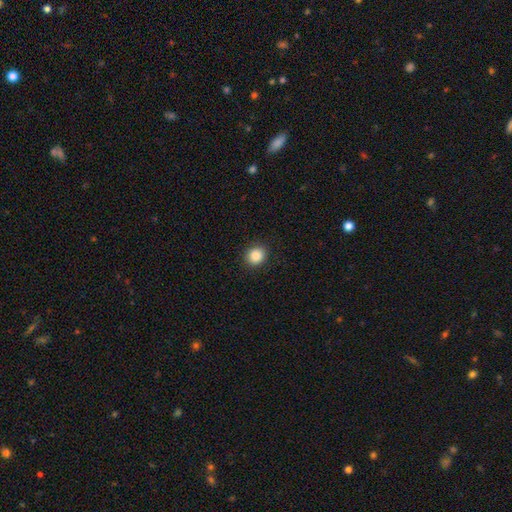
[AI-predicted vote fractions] Smooth or featured? Predicted: smooth (p=0.87). How rounded? Predicted: round (p=0.74). Merging? Predicted: none (p=0.90).